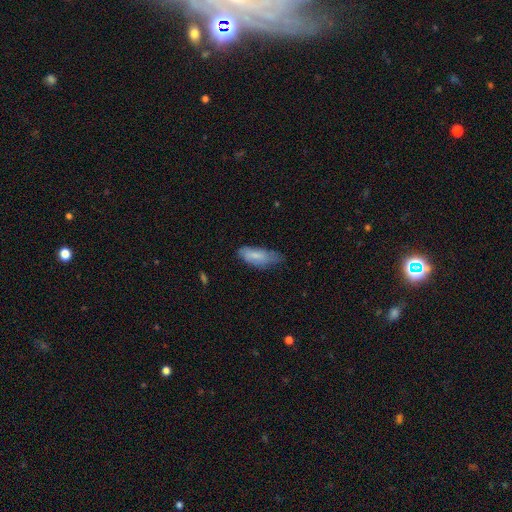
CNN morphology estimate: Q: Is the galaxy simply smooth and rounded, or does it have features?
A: smooth — 76%.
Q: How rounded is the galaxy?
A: in between — 76%.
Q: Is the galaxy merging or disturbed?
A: none — 46%.